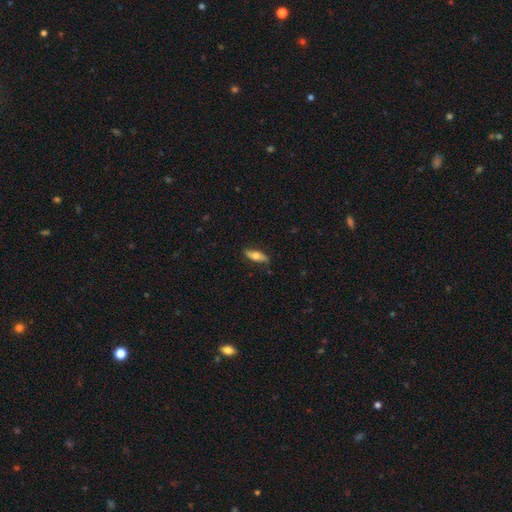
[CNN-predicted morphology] type=smooth (59%); roundness=in between (54%); merging=none (83%).